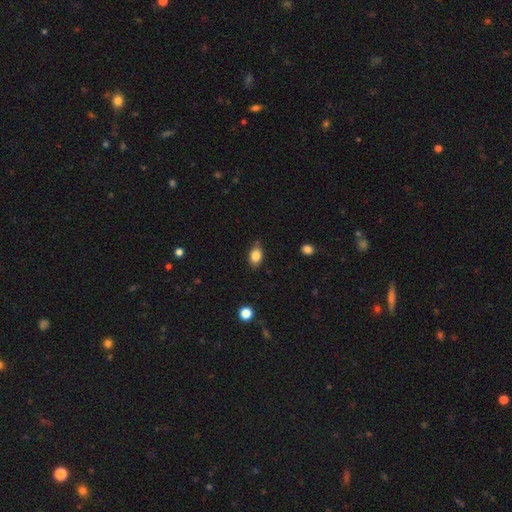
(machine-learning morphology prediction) type=smooth (84%); roundness=in between (76%); merging=none (76%).